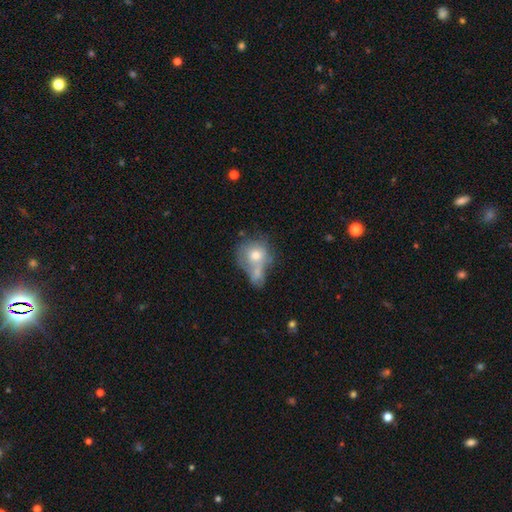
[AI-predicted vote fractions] Smooth or featured? Predicted: smooth (p=0.63). How rounded? Predicted: round (p=0.69). Merging? Predicted: merger (p=0.49).